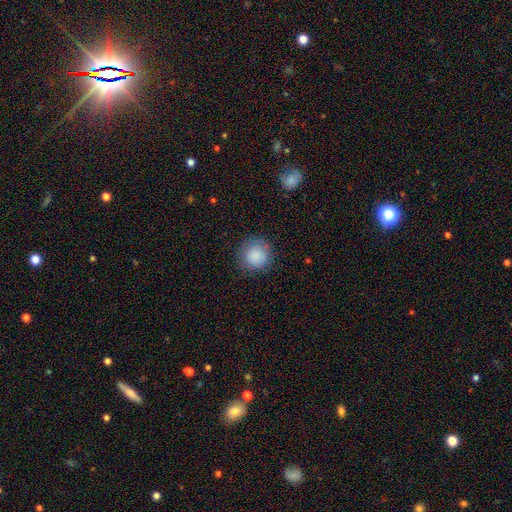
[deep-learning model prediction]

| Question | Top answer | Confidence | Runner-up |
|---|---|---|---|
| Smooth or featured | smooth | 86% | star or artifact (8%) |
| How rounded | round | 93% | in between (7%) |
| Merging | none | 82% | minor disturbance (13%) |